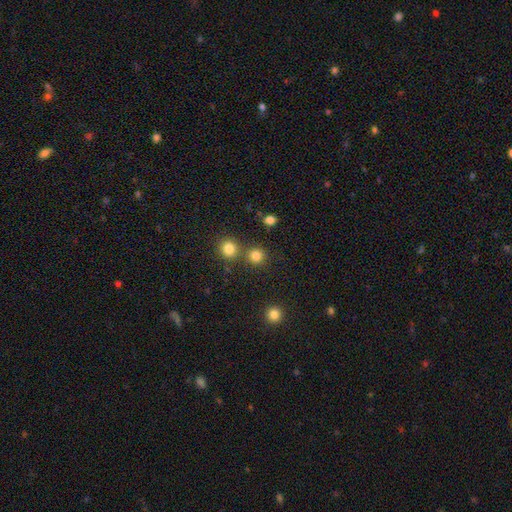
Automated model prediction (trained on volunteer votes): smooth-or-featured: smooth: 82% | star or artifact: 14% | featured or disk: 4%
  how-rounded: round: 91% | in between: 8% | cigar-shaped: 1%
  merging: none: 74% | merger: 17% | minor disturbance: 6% | major disturbance: 3%